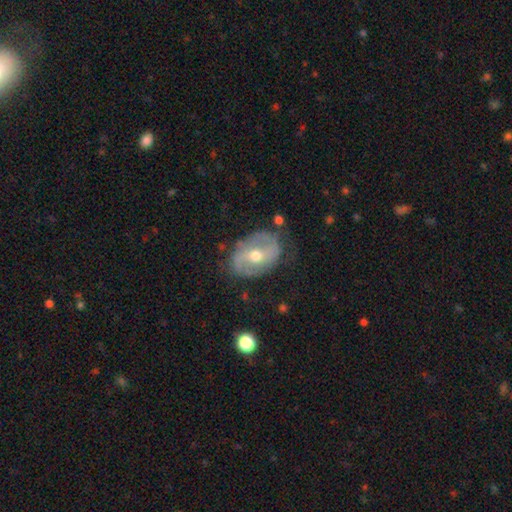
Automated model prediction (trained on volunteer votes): This appears to be a featured or disk galaxy (75%) with a weak bar (40%), 2 (82%) medium (41%) spiral arms (76%) and a moderate central bulge (66%). Merging: none (73%).